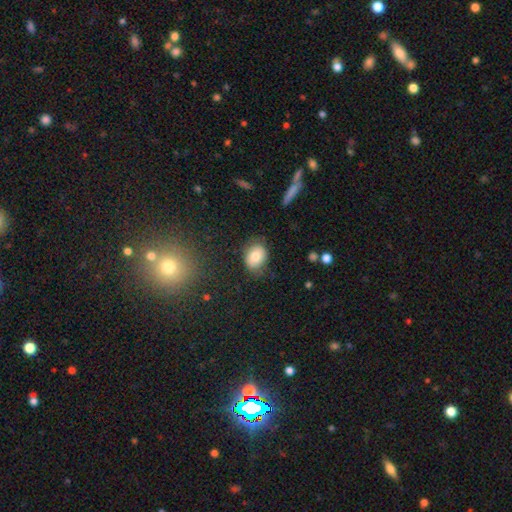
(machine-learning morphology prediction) The model was most divided on "how rounded": in between: 63%, round: 36%, cigar-shaped: 1%. More confident: merging — none (75%); smooth or featured — smooth (74%).